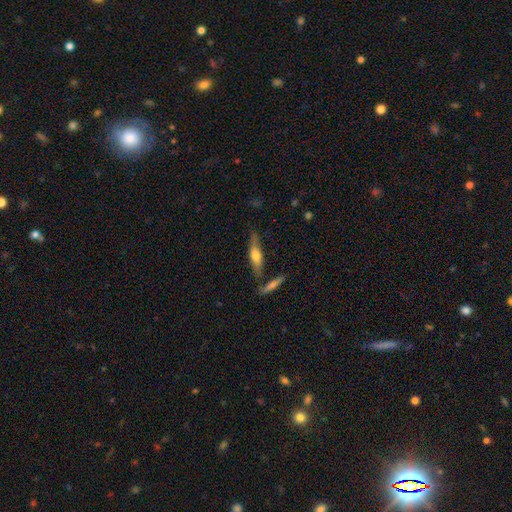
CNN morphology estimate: Smooth or featured?
  - smooth: 51% *
  - featured or disk: 44%
  - star or artifact: 6%
How rounded?
  - cigar-shaped: 70% *
  - in between: 28%
  - round: 2%
Merging?
  - none: 72% *
  - minor disturbance: 14%
  - merger: 10%
  - major disturbance: 4%